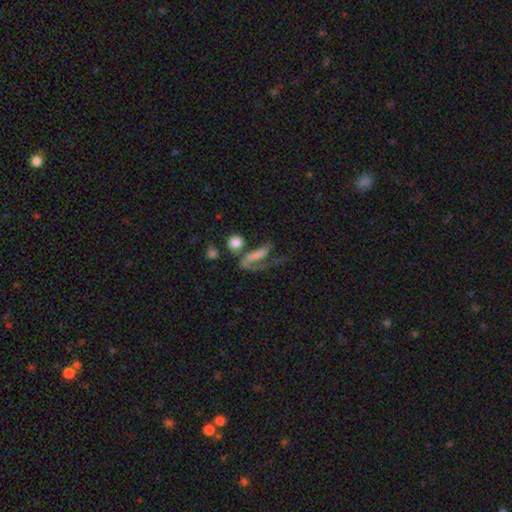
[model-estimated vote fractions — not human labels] This appears to be a smooth galaxy with no disk features (44%). Merging: major disturbance (41%).